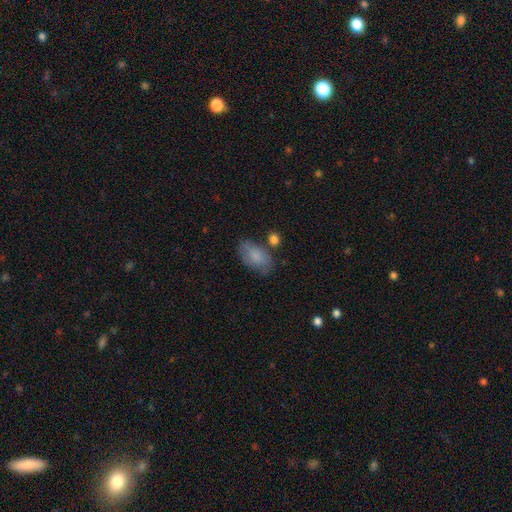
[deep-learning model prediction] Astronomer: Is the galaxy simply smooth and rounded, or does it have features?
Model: smooth — 78%.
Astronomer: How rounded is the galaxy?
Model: in between — 92%.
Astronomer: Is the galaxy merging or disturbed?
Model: none — 60%.